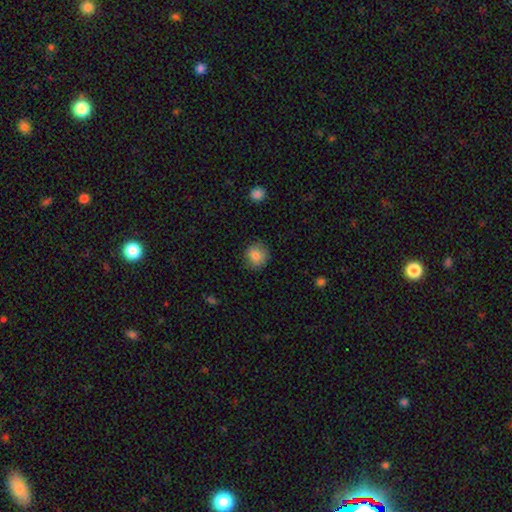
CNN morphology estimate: Smooth or featured?
  - smooth: 84% *
  - star or artifact: 9%
  - featured or disk: 8%
How rounded?
  - round: 89% *
  - in between: 10%
  - cigar-shaped: 1%
Merging?
  - none: 84% *
  - minor disturbance: 12%
  - major disturbance: 3%
  - merger: 1%